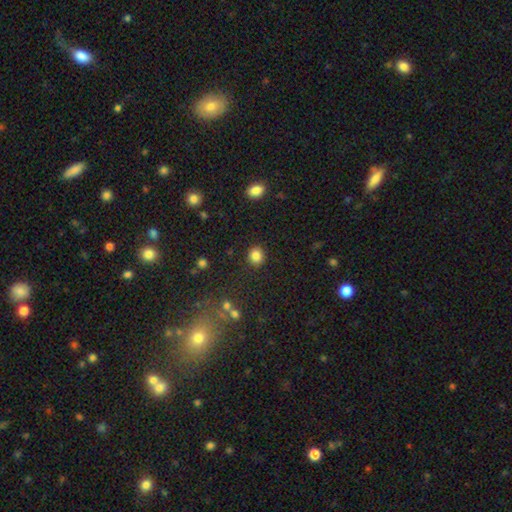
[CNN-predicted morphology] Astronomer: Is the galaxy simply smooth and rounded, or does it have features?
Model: smooth — 84%.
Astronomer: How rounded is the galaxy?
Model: round — 81%.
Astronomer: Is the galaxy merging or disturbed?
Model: none — 88%.